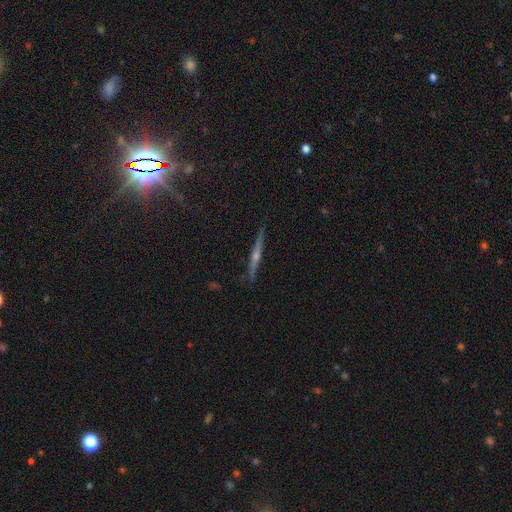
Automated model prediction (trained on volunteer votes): This is likely a featured or disk galaxy (78%). It is clearly viewed edge-on (98%). Edge-on bulge: clearly rounded (85%). Merging: clearly none (90%).